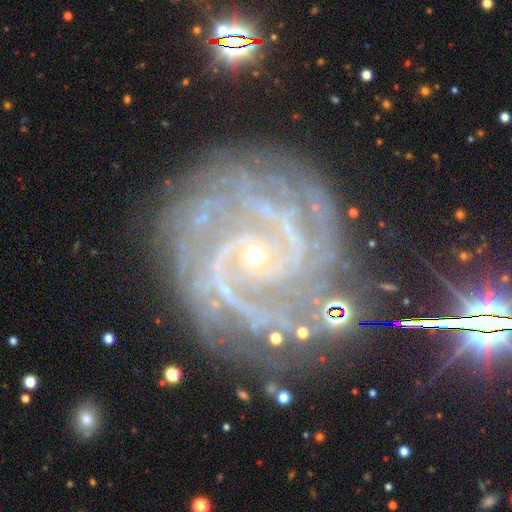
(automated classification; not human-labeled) Smooth or featured?
  - featured or disk: 91% *
  - star or artifact: 7%
  - smooth: 3%
Edge-on disk?
  - no: 98% *
  - yes: 2%
Bar?
  - no: 61% *
  - weak: 26%
  - strong: 12%
Spiral arms?
  - yes: 99% *
  - no: 1%
Spiral winding?
  - tight: 62% *
  - medium: 33%
  - loose: 4%
Spiral arm count?
  - 2: 36% *
  - 3: 20%
  - 4: 13%
  - can't tell: 13%
  - more than 4: 10%
  - 1: 8%
Bulge size?
  - small: 85% *
  - moderate: 11%
  - none: 2%
  - large: 1%
  - dominant: 1%
Merging?
  - none: 71% *
  - minor disturbance: 17%
  - major disturbance: 8%
  - merger: 4%